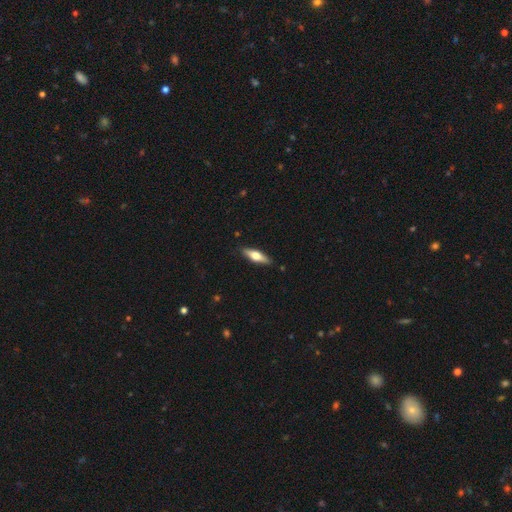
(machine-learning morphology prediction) smooth_or_featured: smooth (p=0.49) [alt: featured or disk p=0.45]
merging: none (p=0.88) [alt: minor disturbance p=0.09]